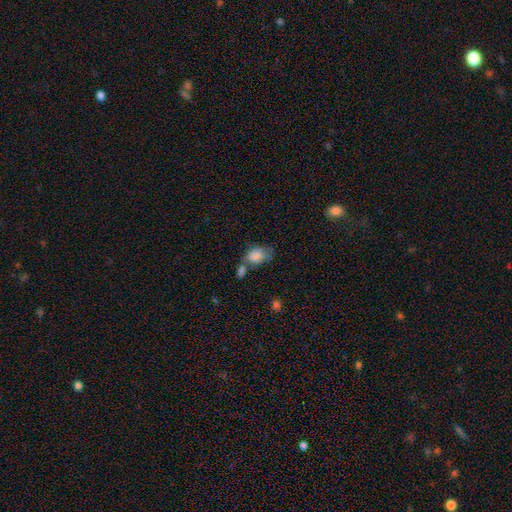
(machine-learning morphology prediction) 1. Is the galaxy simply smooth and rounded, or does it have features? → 82% smooth, 10% featured or disk, 8% star or artifact.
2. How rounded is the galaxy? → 82% in between, 16% round, 2% cigar-shaped.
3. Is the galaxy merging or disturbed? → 32% none (tied), 32% merger (tied), 23% minor disturbance, 13% major disturbance.